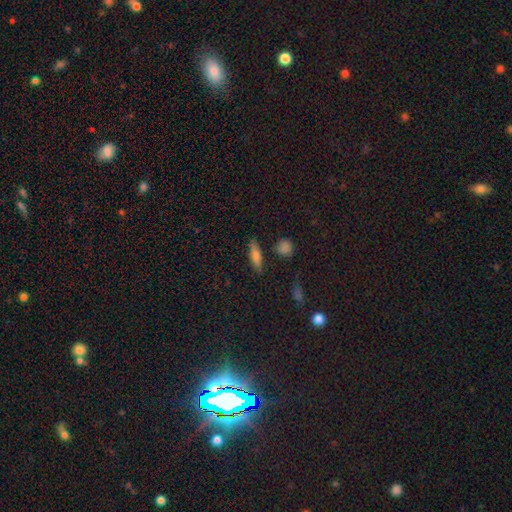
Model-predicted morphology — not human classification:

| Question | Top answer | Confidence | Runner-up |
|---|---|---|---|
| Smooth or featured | smooth | 74% | featured or disk (16%) |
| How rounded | in between | 48% | cigar-shaped (47%) |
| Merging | none | 82% | minor disturbance (12%) |